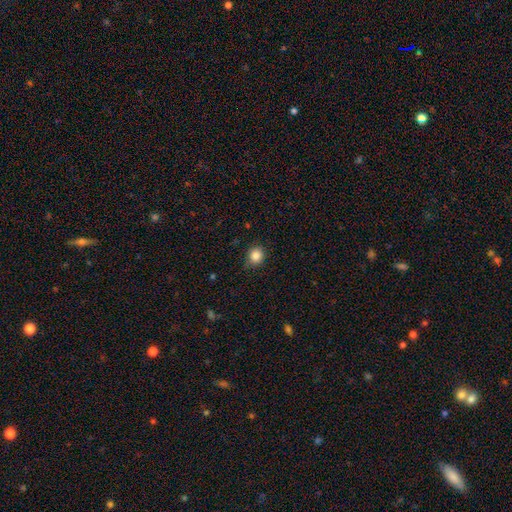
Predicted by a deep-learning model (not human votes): Morphology: type=smooth (85%); roundness=round (83%); merging=none (79%).